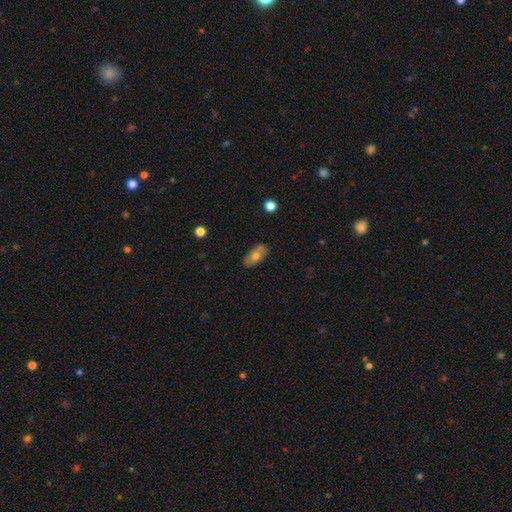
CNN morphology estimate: Smooth or featured?
  - smooth: 67% *
  - featured or disk: 26%
  - star or artifact: 7%
How rounded?
  - in between: 86% *
  - cigar-shaped: 9%
  - round: 4%
Merging?
  - none: 76% *
  - minor disturbance: 15%
  - merger: 6%
  - major disturbance: 3%